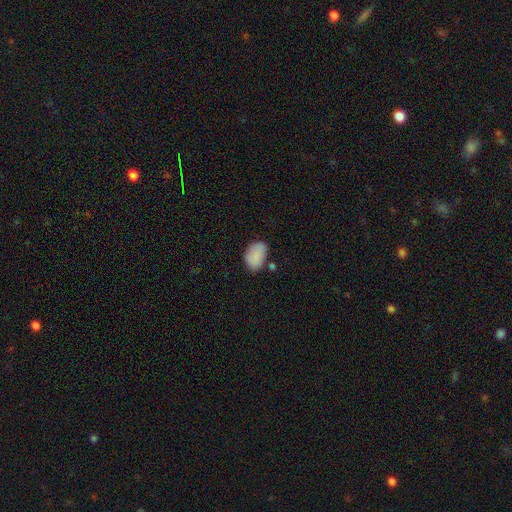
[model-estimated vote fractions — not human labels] smooth 86%, star or artifact 7%, featured or disk 6%. Down the decision tree: how rounded — in between (89%); merging — none (64%).